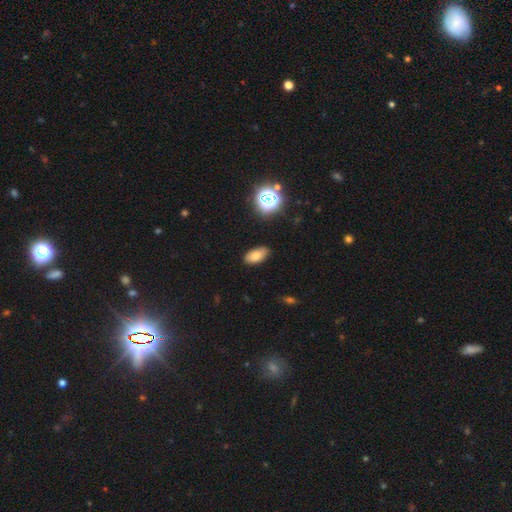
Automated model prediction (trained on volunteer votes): smooth_or_featured: smooth (p=0.78) [alt: star or artifact p=0.13]
how_rounded: in between (p=0.92) [alt: round p=0.04]
merging: none (p=0.83) [alt: minor disturbance p=0.13]